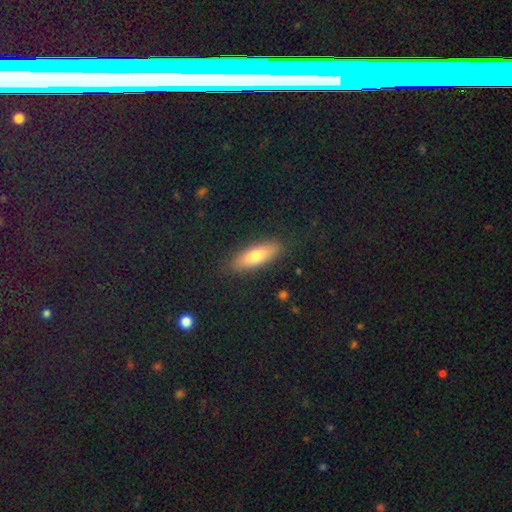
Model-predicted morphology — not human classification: smooth-or-featured: smooth: 72% | featured or disk: 22% | star or artifact: 7%
  how-rounded: in between: 54% | cigar-shaped: 44% | round: 2%
  merging: none: 87% | minor disturbance: 9% | major disturbance: 2% | merger: 1%